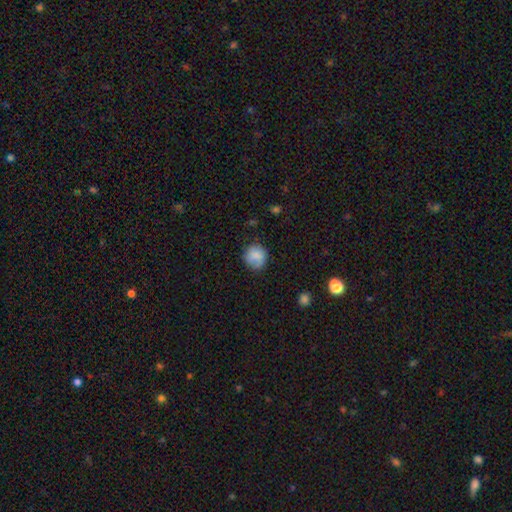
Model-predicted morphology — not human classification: Q: Smooth or featured?
A: smooth (83%); runner-up: featured or disk (9%)
Q: How rounded?
A: round (88%); runner-up: in between (11%)
Q: Merging?
A: none (75%); runner-up: minor disturbance (19%)